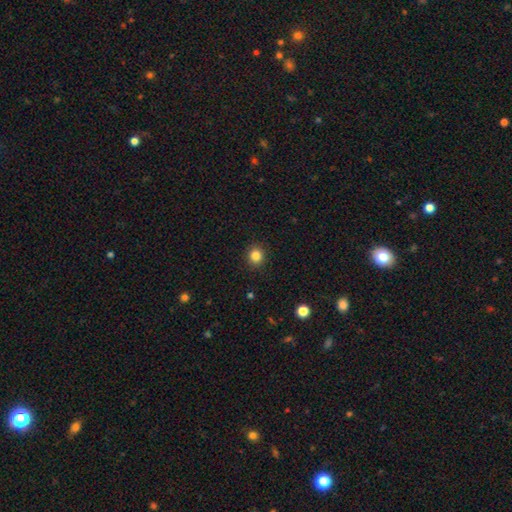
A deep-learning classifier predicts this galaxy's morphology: A smooth galaxy with no disk features (84%) that is round (86%). Merging: none (91%).